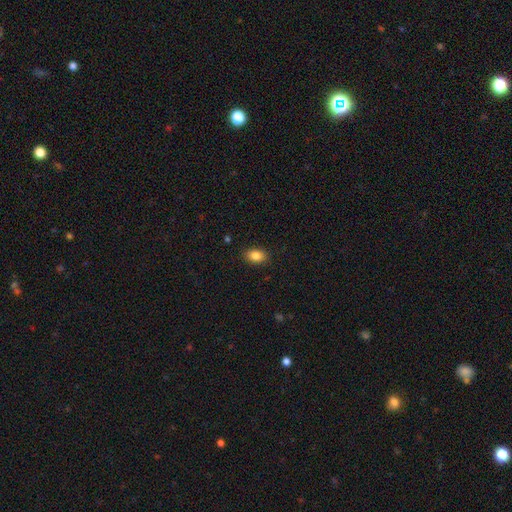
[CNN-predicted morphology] smooth-or-featured: smooth: 86% | star or artifact: 9% | featured or disk: 6%
  how-rounded: in between: 83% | round: 16% | cigar-shaped: 1%
  merging: none: 88% | minor disturbance: 9% | major disturbance: 2% | merger: 1%